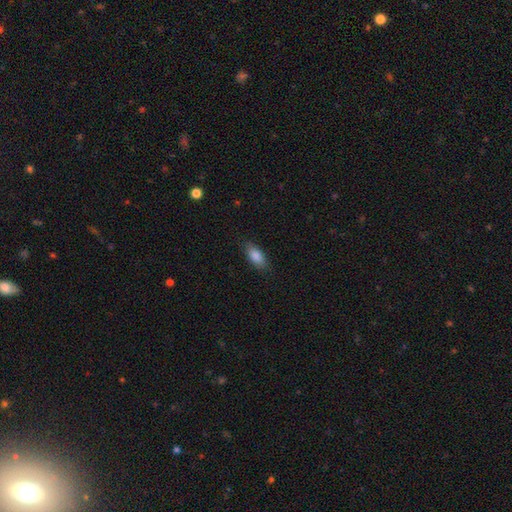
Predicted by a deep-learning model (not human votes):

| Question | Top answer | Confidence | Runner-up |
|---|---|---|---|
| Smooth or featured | smooth | 86% | featured or disk (8%) |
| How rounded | in between | 85% | cigar-shaped (12%) |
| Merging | none | 82% | minor disturbance (13%) |